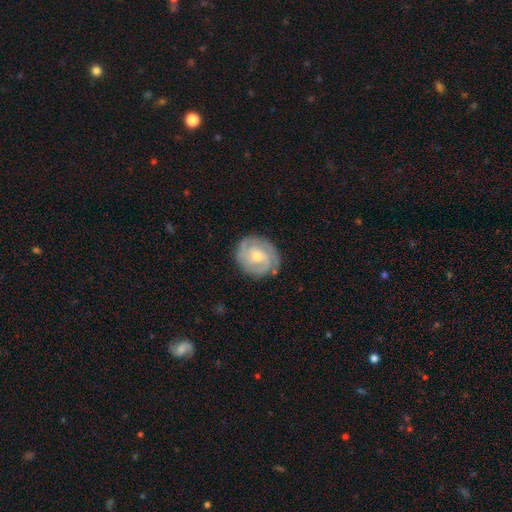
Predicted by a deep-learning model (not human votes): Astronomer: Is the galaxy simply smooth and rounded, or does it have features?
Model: featured or disk — 83%.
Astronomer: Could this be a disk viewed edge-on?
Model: no — 98%.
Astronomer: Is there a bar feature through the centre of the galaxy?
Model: no — 60%.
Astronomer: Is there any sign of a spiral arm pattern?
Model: yes — 96%.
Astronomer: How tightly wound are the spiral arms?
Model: tight — 67%.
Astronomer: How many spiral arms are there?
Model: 2 — 37% (runner-up: 3, 30%).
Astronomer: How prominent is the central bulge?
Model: small — 50% (runner-up: moderate, 46%).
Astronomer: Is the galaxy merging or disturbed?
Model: none — 81%.